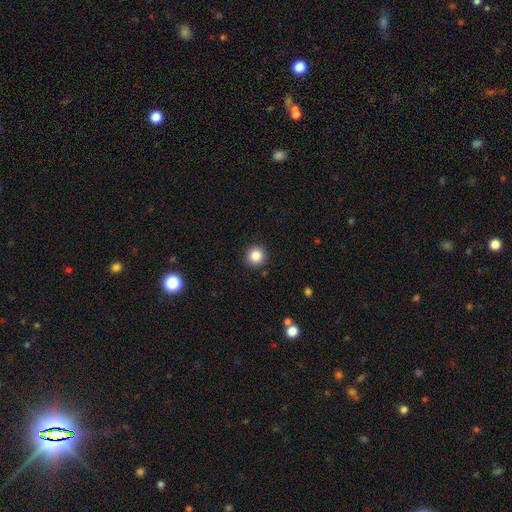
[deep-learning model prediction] Overall: smooth (85%). How rounded: round (95%). Merging: none (91%).